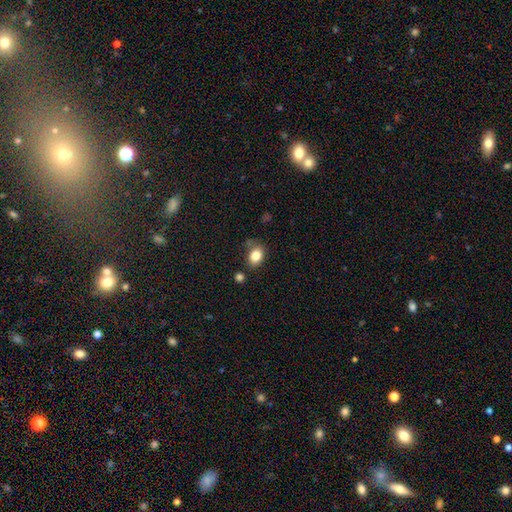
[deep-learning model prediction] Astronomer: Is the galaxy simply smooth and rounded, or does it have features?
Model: smooth — 83%.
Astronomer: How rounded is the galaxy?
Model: in between — 64%.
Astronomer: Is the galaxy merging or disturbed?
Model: none — 71%.